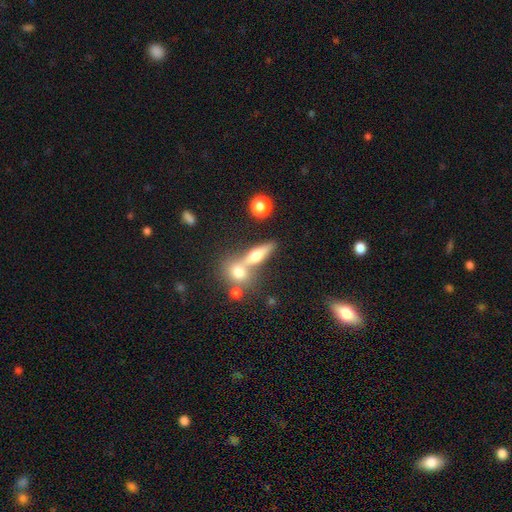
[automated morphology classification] Overall: smooth (52%; featured or disk 37%). How rounded: cigar-shaped (46%; in between 39%). Merging: merger (44%; none 42%).